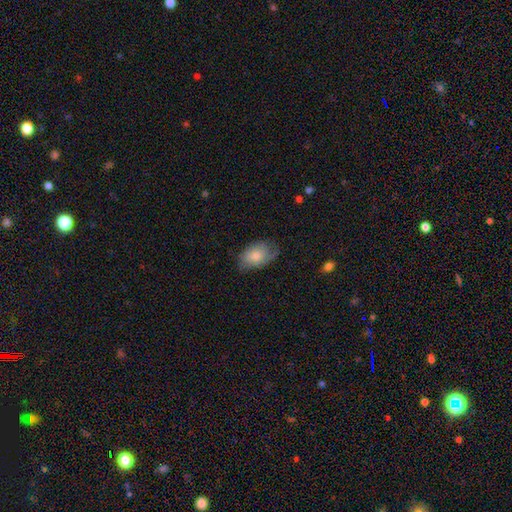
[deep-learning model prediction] This appears to be a smooth galaxy with no disk features (69%) that is in between round and cigar-shaped (89%). Merging: none (56%).